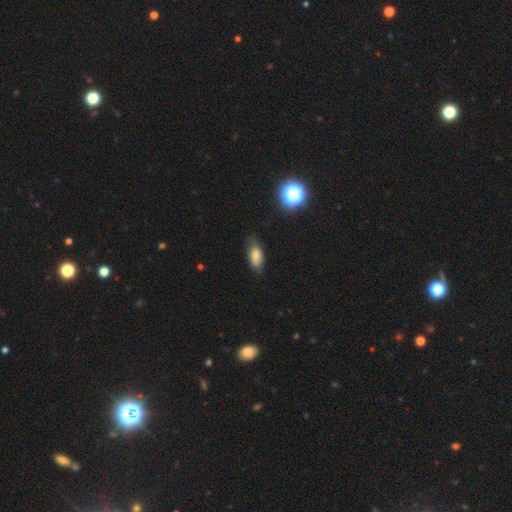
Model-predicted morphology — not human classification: A smooth galaxy with no disk features (77%) that is in between round and cigar-shaped (87%). Merging: none (70%).